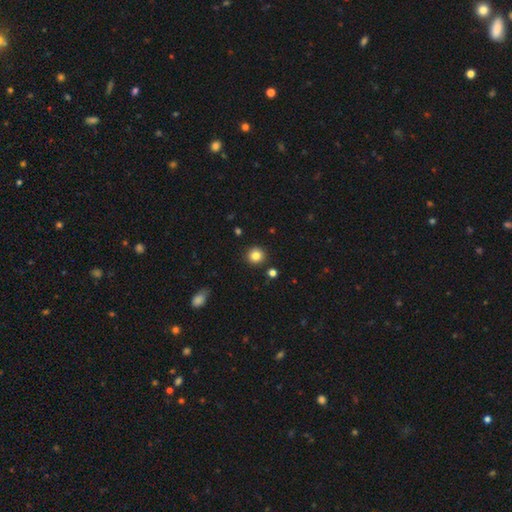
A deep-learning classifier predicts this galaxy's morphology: The model was most divided on "smooth or featured": smooth: 84%, star or artifact: 11%, featured or disk: 6%. More confident: how rounded — round (94%); merging — none (91%).